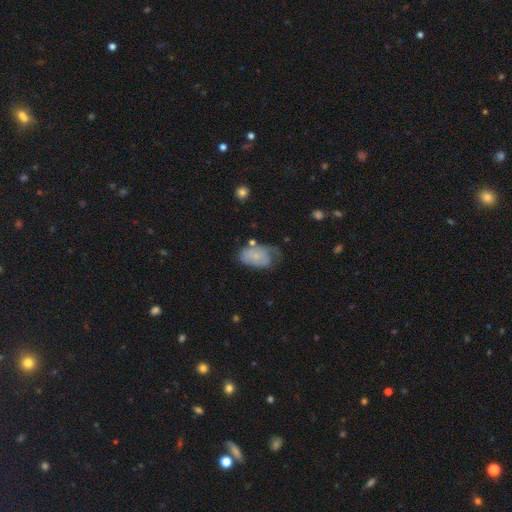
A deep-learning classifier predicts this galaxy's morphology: This is likely a smooth galaxy (60%). How rounded: clearly in between (88%). Merging: marginally minor disturbance (37%).